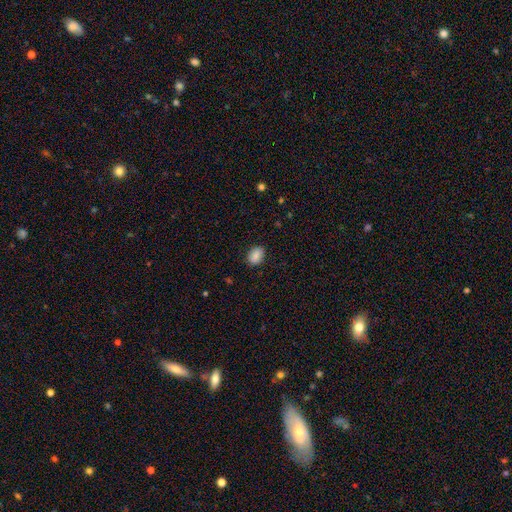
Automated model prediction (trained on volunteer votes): The model was most divided on "how rounded": in between: 74%, round: 25%, cigar-shaped: 1%. More confident: merging — none (87%); smooth or featured — smooth (85%).